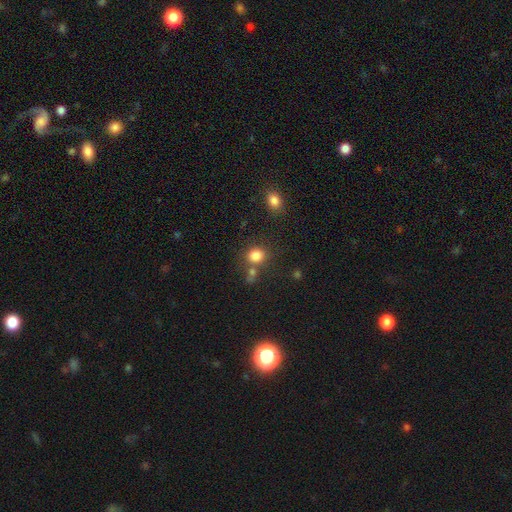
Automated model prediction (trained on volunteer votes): This appears to be a smooth galaxy with no disk features (82%) that is round (67%). Merging: none (64%).